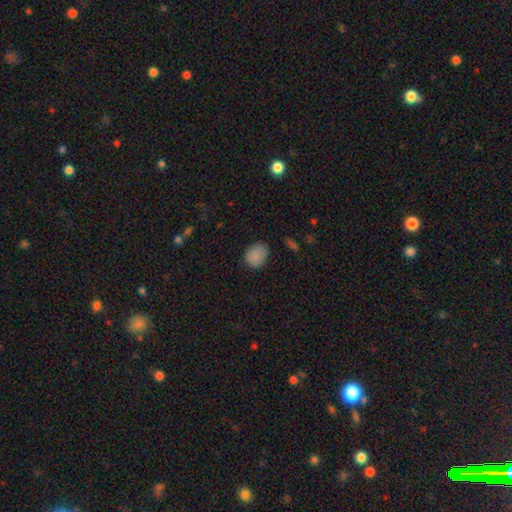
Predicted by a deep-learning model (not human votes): A smooth galaxy with no disk features (86%) that is round (55%).

Vote fractions:
- Smooth or featured? smooth: 86% / star or artifact: 9% / featured or disk: 4%
- How rounded? round: 55% / in between: 44% / cigar-shaped: 1%
- Merging? none: 78% / minor disturbance: 17% / major disturbance: 3% / merger: 1%